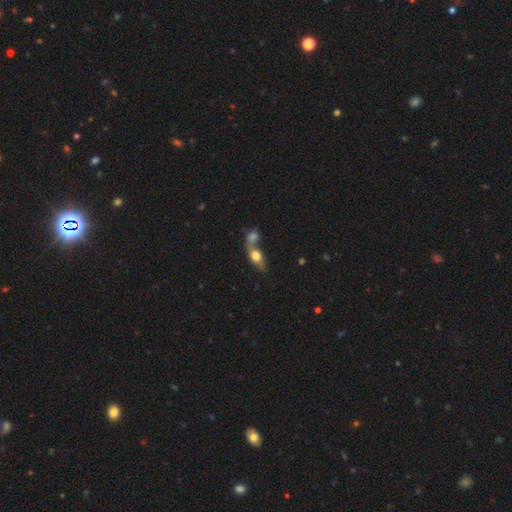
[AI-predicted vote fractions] Q: Smooth or featured?
A: smooth (68%); runner-up: featured or disk (24%)
Q: How rounded?
A: in between (72%); runner-up: round (18%)
Q: Merging?
A: merger (64%); runner-up: none (23%)